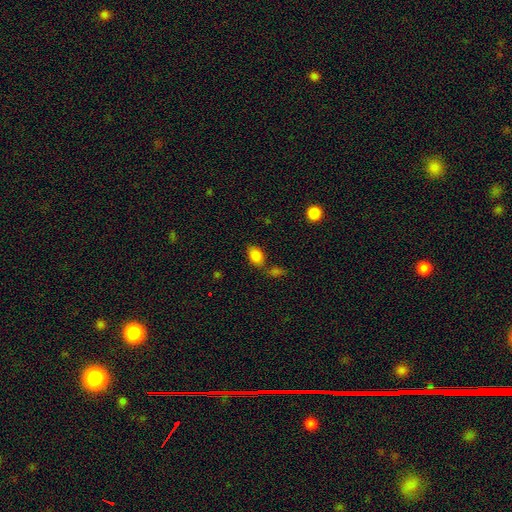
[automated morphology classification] This is clearly a smooth galaxy (85%). How rounded: clearly in between (85%). Merging: likely none (66%).